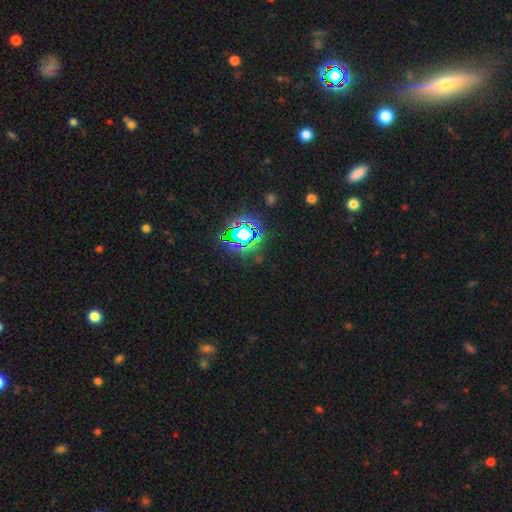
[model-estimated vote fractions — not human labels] Overall: star or artifact (78%).